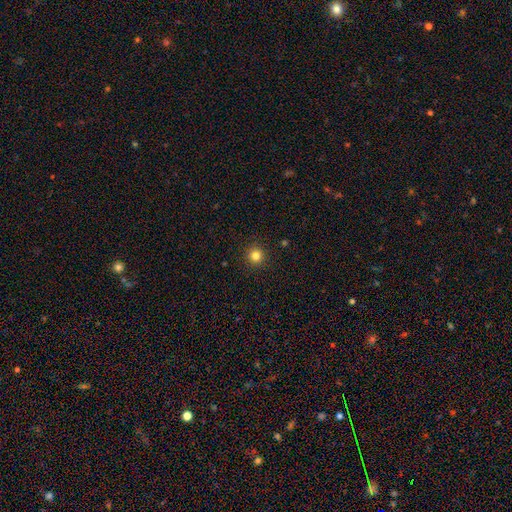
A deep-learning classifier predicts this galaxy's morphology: smooth_or_featured: smooth (p=0.82) [alt: star or artifact p=0.13]
how_rounded: round (p=0.95) [alt: in between p=0.04]
merging: none (p=0.93) [alt: minor disturbance p=0.05]